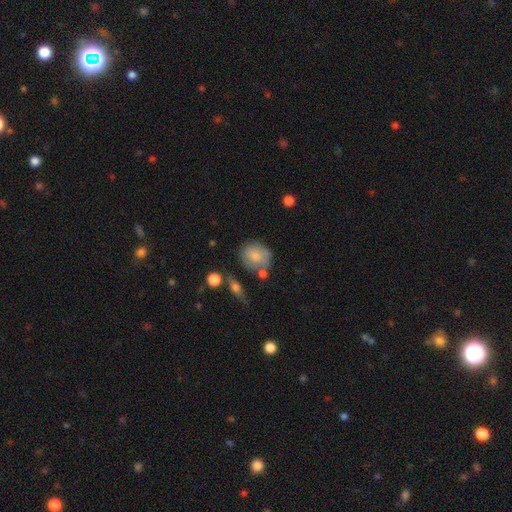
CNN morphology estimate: type=smooth (78%); roundness=round (72%); merging=none (60%).